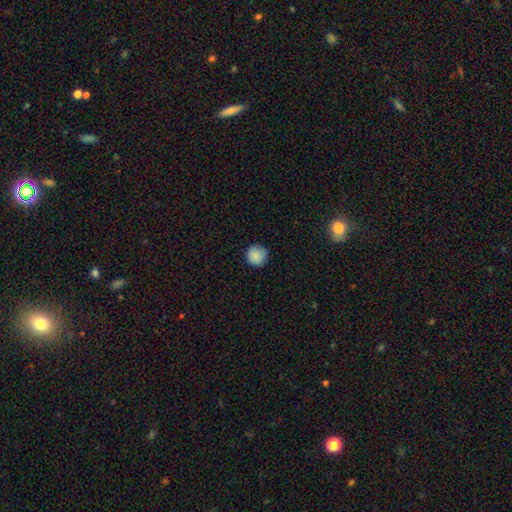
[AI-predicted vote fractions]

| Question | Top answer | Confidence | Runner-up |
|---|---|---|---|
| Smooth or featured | smooth | 87% | star or artifact (9%) |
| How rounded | round | 95% | in between (4%) |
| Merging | none | 87% | minor disturbance (10%) |